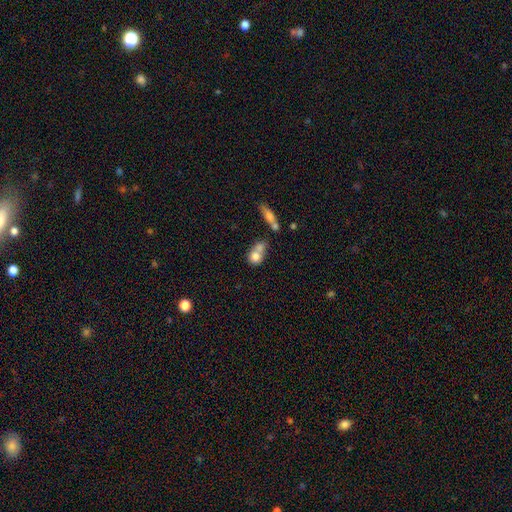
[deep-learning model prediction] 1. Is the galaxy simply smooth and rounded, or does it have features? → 73% smooth, 18% featured or disk, 9% star or artifact.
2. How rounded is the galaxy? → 65% round, 33% in between, 3% cigar-shaped.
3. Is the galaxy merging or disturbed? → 60% merger, 25% none, 9% minor disturbance, 6% major disturbance.